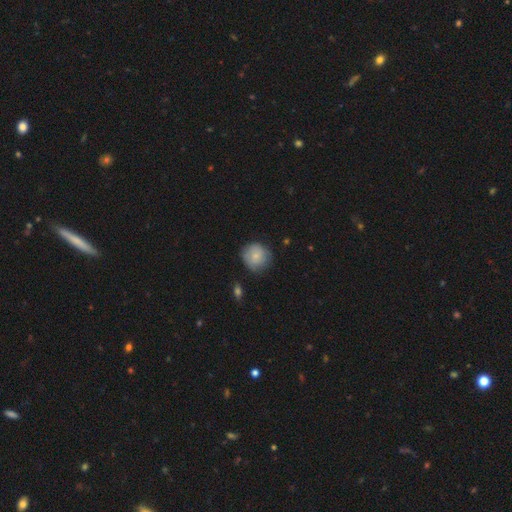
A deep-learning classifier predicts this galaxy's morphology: This is likely a smooth galaxy (80%). How rounded: clearly round (88%). Merging: likely none (73%).